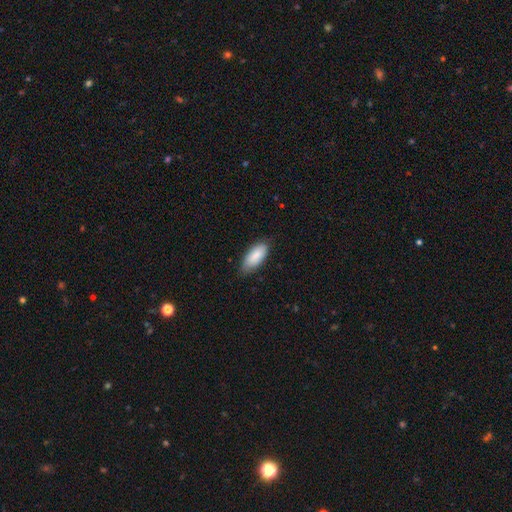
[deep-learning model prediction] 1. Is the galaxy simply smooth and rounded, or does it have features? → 85% smooth, 9% featured or disk, 6% star or artifact.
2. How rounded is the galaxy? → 87% in between, 11% cigar-shaped, 2% round.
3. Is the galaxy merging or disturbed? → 74% none, 22% minor disturbance, 3% major disturbance, 1% merger.